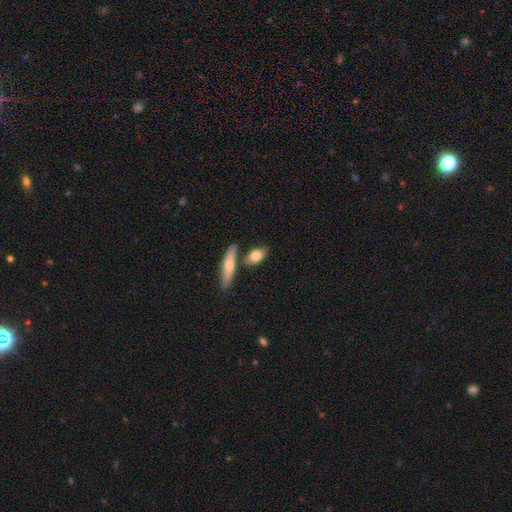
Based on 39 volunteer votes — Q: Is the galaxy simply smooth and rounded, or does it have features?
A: smooth — 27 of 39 (69%).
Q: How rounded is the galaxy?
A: in between — 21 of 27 (78%).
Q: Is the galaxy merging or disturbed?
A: none — 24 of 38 (63%).